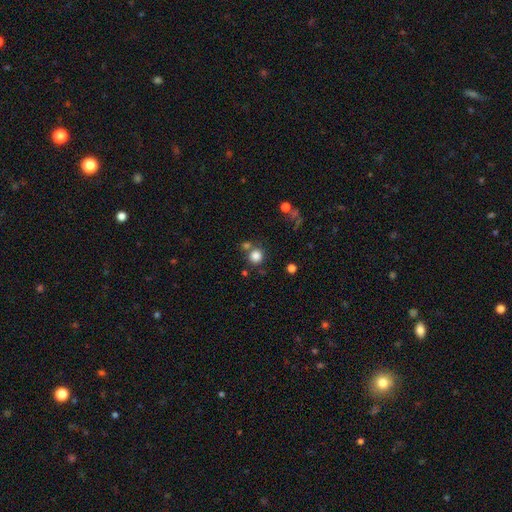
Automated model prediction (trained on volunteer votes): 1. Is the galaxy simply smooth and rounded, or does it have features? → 82% smooth, 13% star or artifact, 5% featured or disk.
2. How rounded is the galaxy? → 92% round, 7% in between, 1% cigar-shaped.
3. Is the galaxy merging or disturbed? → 71% none, 17% merger, 9% minor disturbance, 4% major disturbance.